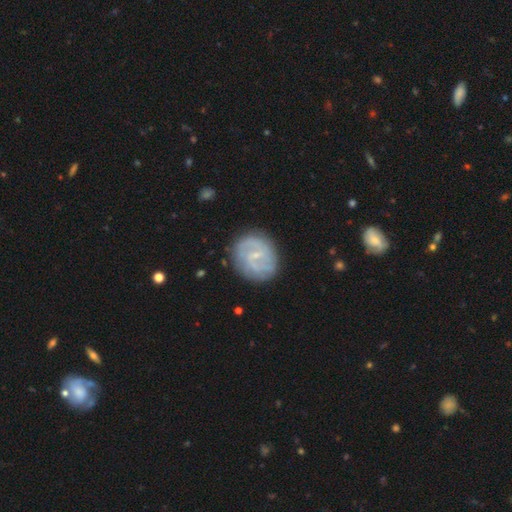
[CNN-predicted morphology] Q: Smooth or featured?
A: featured or disk (76%); runner-up: smooth (18%)
Q: Edge-on disk?
A: no (97%); runner-up: yes (3%)
Q: Bar?
A: weak (55%); runner-up: no (28%)
Q: Spiral arms?
A: yes (87%); runner-up: no (13%)
Q: Spiral winding?
A: tight (41%); runner-up: medium (40%)
Q: Spiral arm count?
A: 2 (59%); runner-up: can't tell (23%)
Q: Bulge size?
A: small (79%); runner-up: moderate (14%)
Q: Merging?
A: none (82%); runner-up: minor disturbance (13%)